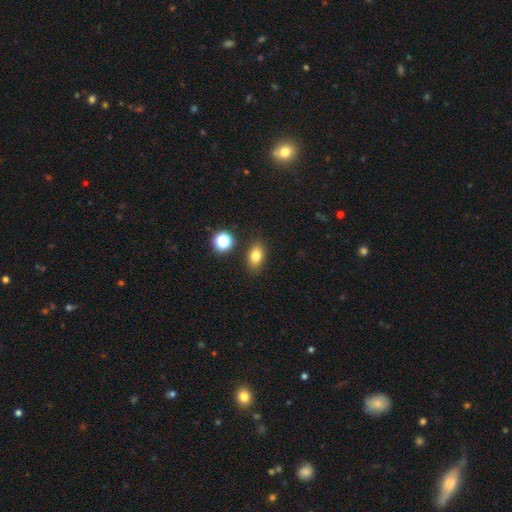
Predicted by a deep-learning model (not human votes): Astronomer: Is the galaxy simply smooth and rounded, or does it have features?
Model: smooth — 79%.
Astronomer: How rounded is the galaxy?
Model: in between — 80%.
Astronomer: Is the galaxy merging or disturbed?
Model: none — 84%.